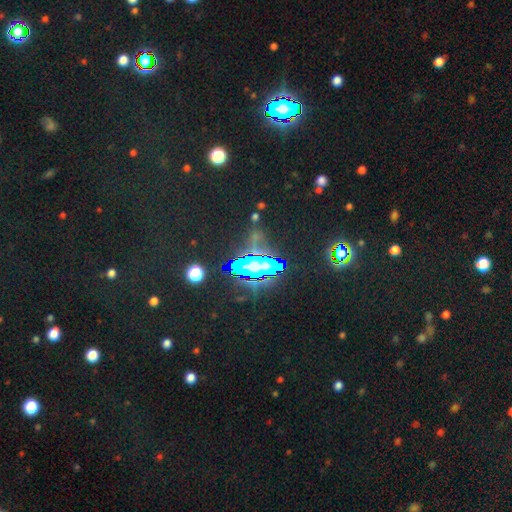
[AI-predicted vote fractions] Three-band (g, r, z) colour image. It shows a star or artifact, not a galaxy (73%).